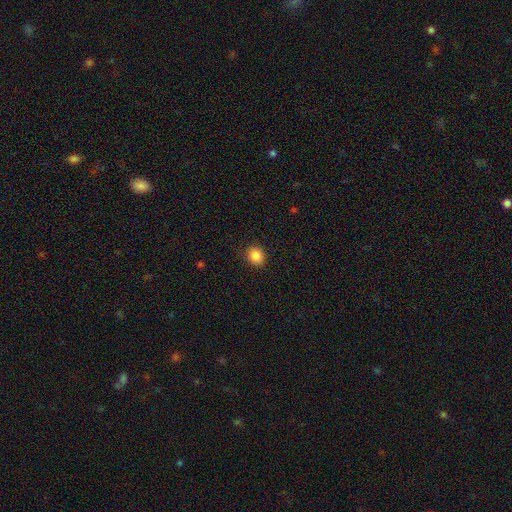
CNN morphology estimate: smooth-or-featured: smooth: 86% | star or artifact: 10% | featured or disk: 4%
  how-rounded: round: 73% | in between: 26% | cigar-shaped: 1%
  merging: none: 90% | minor disturbance: 7% | major disturbance: 2% | merger: 1%